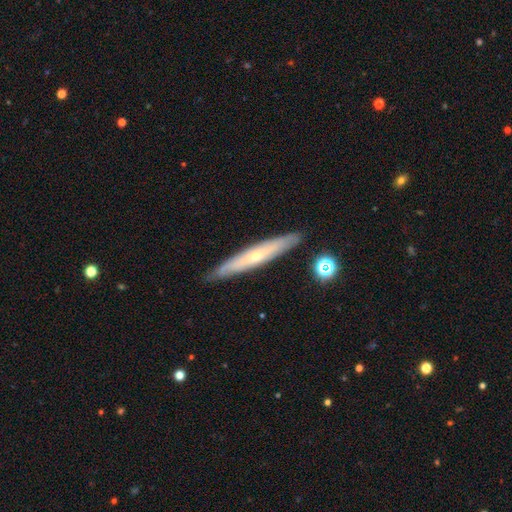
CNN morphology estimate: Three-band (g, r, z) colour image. It shows a featured or disk galaxy (58%) viewed edge-on (82%). Merging: none (86%).